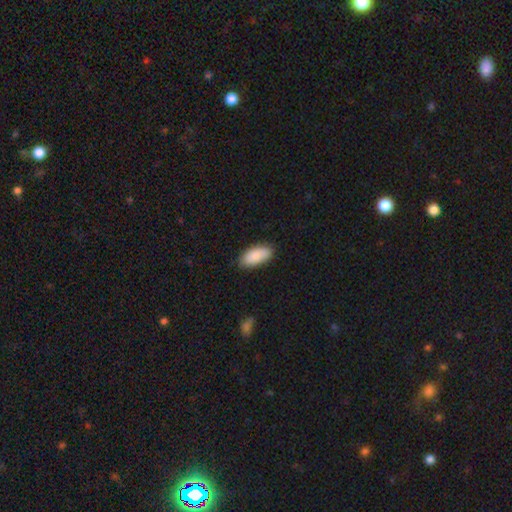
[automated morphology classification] Overall: smooth (87%). How rounded: in between (91%). Merging: none (82%).